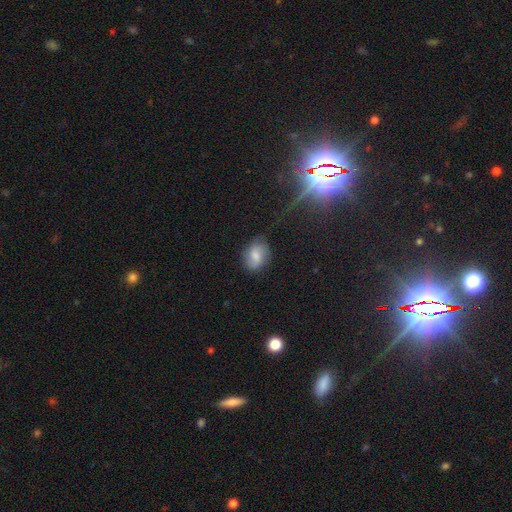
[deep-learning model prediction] The model was most divided on "smooth or featured": smooth: 62%, featured or disk: 29%, star or artifact: 9%. More confident: merging — none (72%); how rounded — in between (66%).